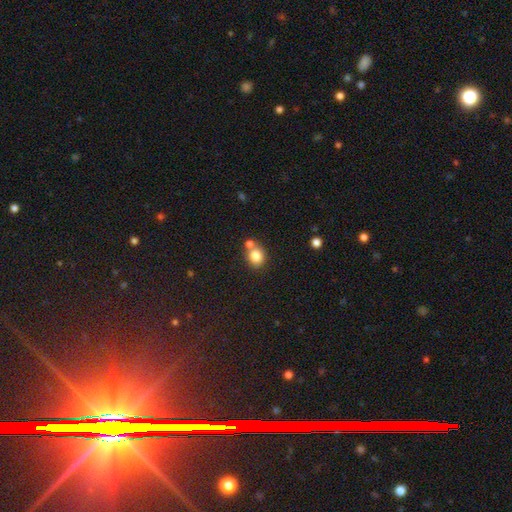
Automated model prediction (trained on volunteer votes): smooth-or-featured: smooth: 82% | star or artifact: 10% | featured or disk: 7%
  how-rounded: round: 67% | in between: 32% | cigar-shaped: 1%
  merging: none: 58% | merger: 29% | minor disturbance: 10% | major disturbance: 3%